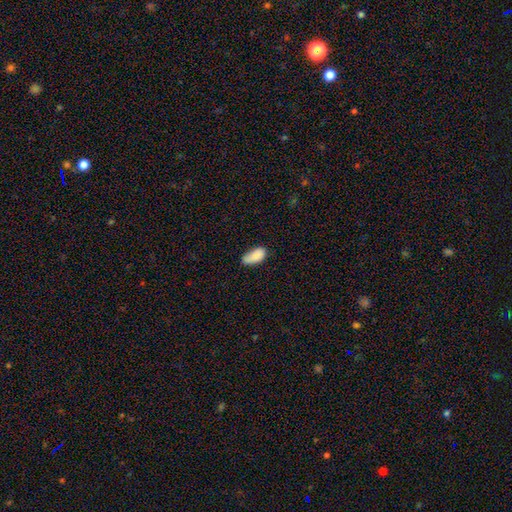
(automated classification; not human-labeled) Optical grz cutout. It shows a smooth galaxy with no disk features (85%) that is in between round and cigar-shaped (92%). Merging: none (51%).